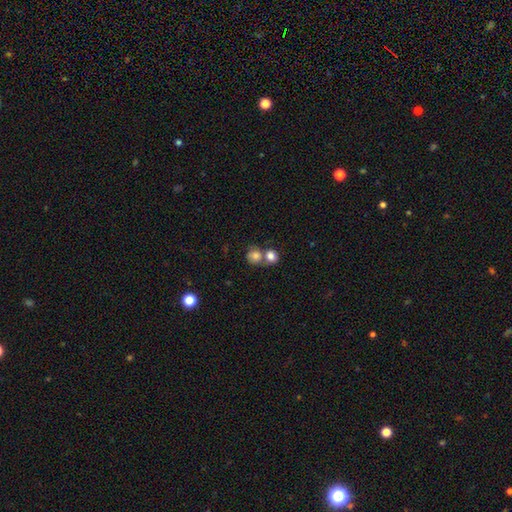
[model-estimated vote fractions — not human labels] Overall: smooth (77%). How rounded: round (78%). Merging: merger (51%; none 36%).